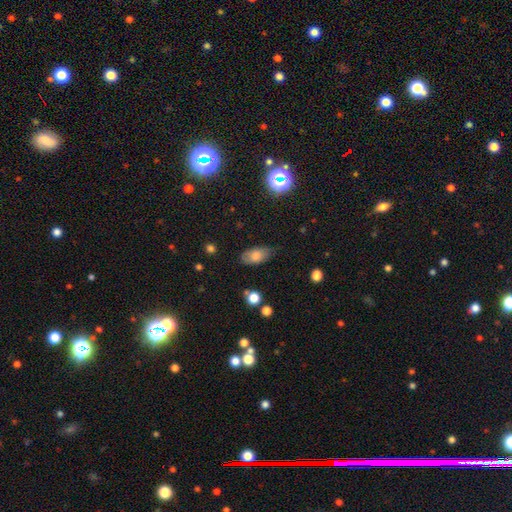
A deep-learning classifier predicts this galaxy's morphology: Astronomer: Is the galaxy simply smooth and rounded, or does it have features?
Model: smooth — 74%.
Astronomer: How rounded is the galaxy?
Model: in between — 91%.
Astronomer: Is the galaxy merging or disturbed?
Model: none — 67%.